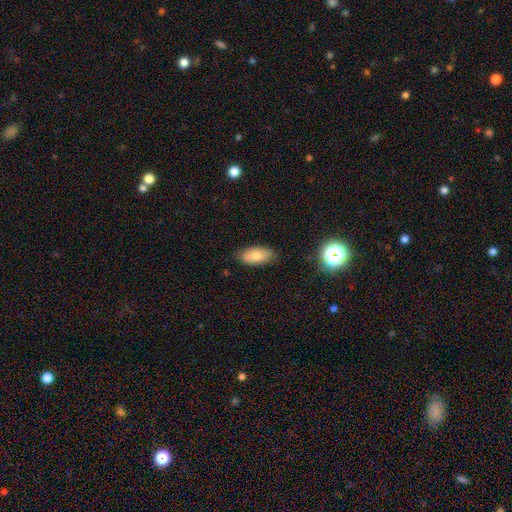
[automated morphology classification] This appears to be a smooth galaxy with no disk features (76%) that is in between round and cigar-shaped (91%). Merging: none (83%).